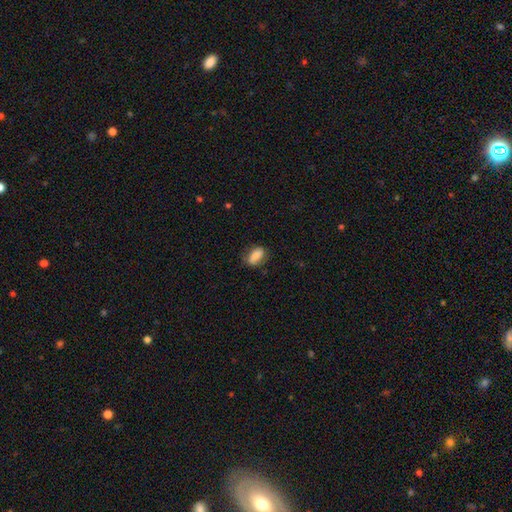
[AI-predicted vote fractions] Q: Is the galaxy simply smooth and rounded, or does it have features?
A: smooth — 84%.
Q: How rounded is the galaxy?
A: in between — 85%.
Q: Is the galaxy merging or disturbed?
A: none — 71%.